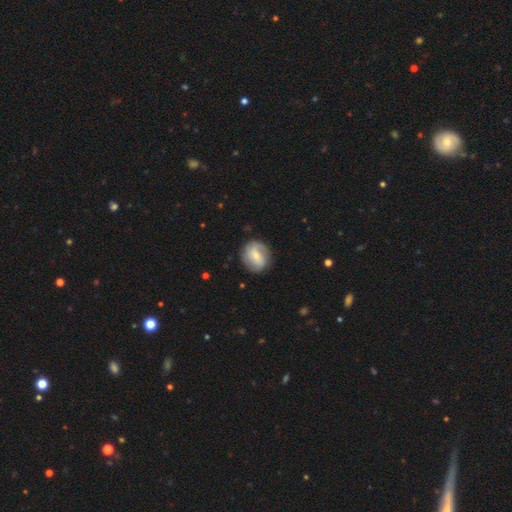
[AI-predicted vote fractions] Morphology: type=featured or disk (59%); edge-on=no (97%); bar=weak (41%); spiral arms=yes (79%); bulge=small (57%); merging=none (81%).